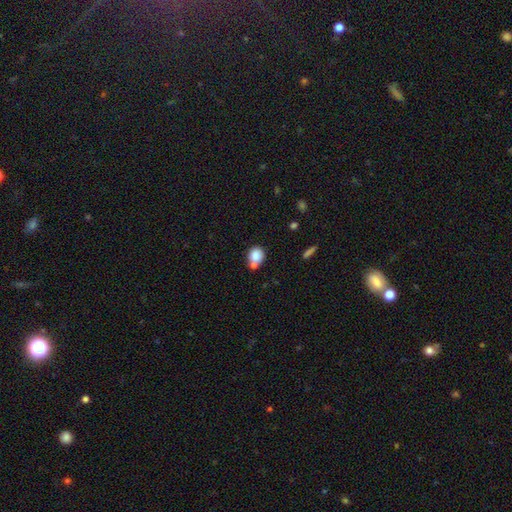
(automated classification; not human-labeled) Smooth or featured: smooth — 83% (star or artifact — 10%)
How rounded: round — 81% (in between — 18%)
Merging: none — 52% (merger — 32%)